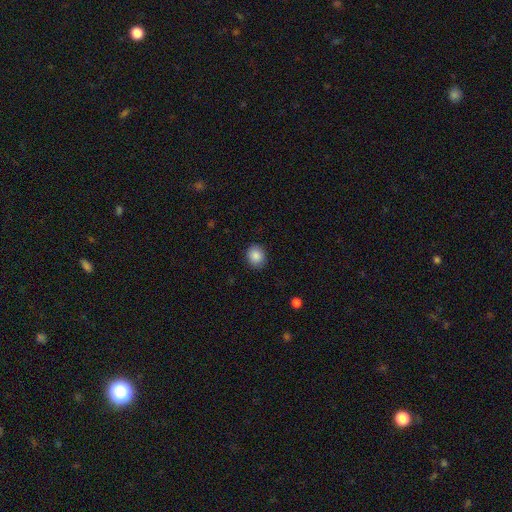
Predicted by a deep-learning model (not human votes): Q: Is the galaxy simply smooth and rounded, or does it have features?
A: smooth — 87%.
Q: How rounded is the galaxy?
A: round — 71%.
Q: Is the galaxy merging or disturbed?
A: none — 88%.